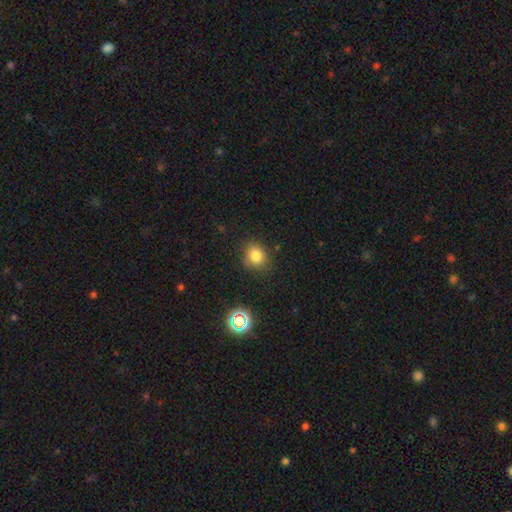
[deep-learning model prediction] Q: Smooth or featured?
A: smooth (80%); runner-up: star or artifact (14%)
Q: How rounded?
A: round (74%); runner-up: in between (25%)
Q: Merging?
A: none (83%); runner-up: minor disturbance (12%)